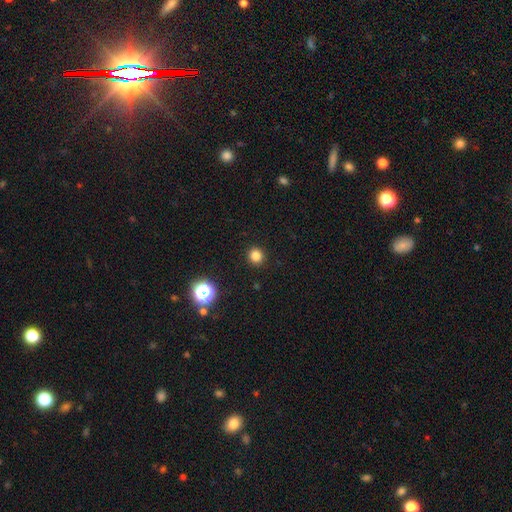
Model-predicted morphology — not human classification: Smooth or featured? Predicted: smooth (p=0.82). How rounded? Predicted: round (p=0.92). Merging? Predicted: none (p=0.93).